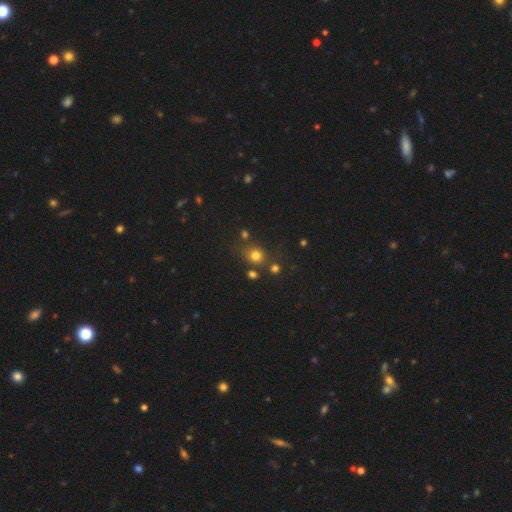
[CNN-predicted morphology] This is likely a smooth galaxy (74%). How rounded: likely round (76%). Merging: likely none (69%).